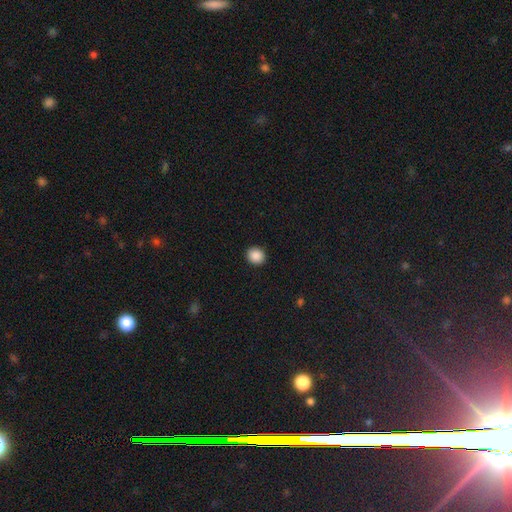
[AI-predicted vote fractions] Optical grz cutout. It shows a smooth galaxy with no disk features (89%) that is round (83%). Merging: none (92%).